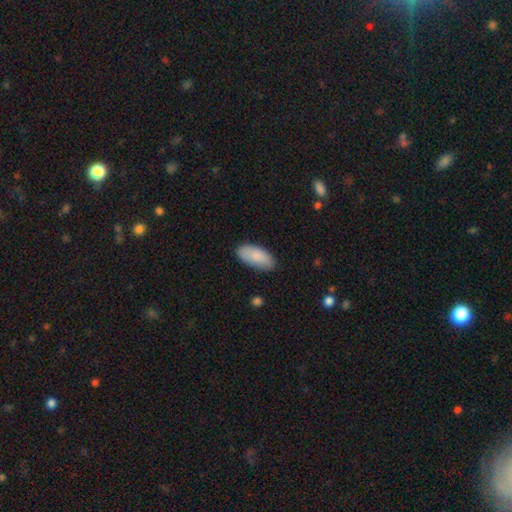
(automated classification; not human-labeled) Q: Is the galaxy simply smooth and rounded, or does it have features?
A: smooth — 87%.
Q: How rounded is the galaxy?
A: in between — 91%.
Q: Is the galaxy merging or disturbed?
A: none — 82%.